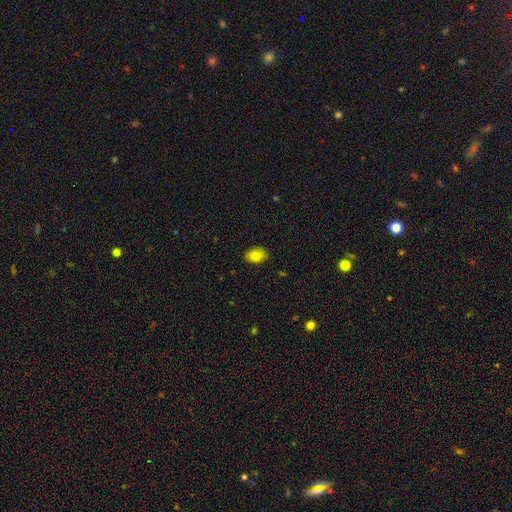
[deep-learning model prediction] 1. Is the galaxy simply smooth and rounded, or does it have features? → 85% smooth, 9% star or artifact, 7% featured or disk.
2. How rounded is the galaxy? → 81% in between, 17% round, 1% cigar-shaped.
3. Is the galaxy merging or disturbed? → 85% none, 12% minor disturbance, 2% major disturbance, 1% merger.